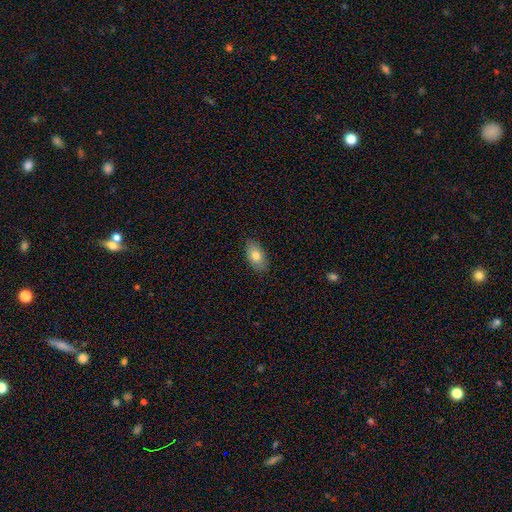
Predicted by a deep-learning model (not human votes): smooth-or-featured: smooth: 77% | featured or disk: 16% | star or artifact: 7%
  how-rounded: in between: 92% | round: 5% | cigar-shaped: 3%
  merging: none: 86% | minor disturbance: 11% | major disturbance: 2% | merger: 1%